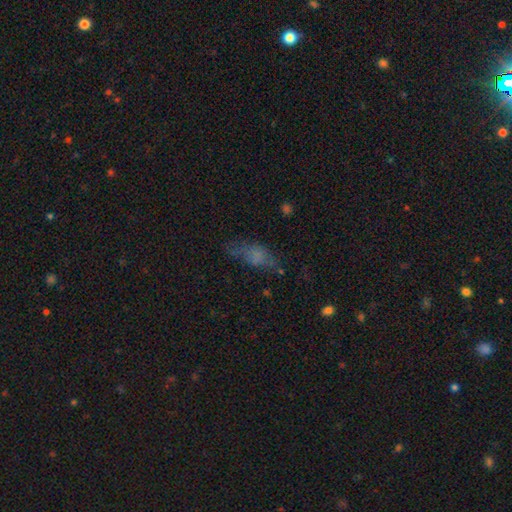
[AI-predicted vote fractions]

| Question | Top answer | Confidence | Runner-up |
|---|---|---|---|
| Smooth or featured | smooth | 57% | featured or disk (27%) |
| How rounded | in between | 67% | cigar-shaped (28%) |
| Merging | none | 50% | minor disturbance (25%) |